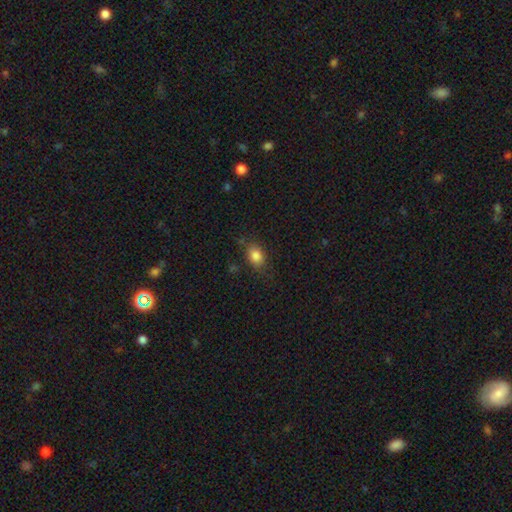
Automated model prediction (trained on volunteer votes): smooth-or-featured: smooth: 84% | star or artifact: 10% | featured or disk: 7%
  how-rounded: in between: 67% | round: 31% | cigar-shaped: 2%
  merging: none: 73% | minor disturbance: 19% | major disturbance: 6% | merger: 2%